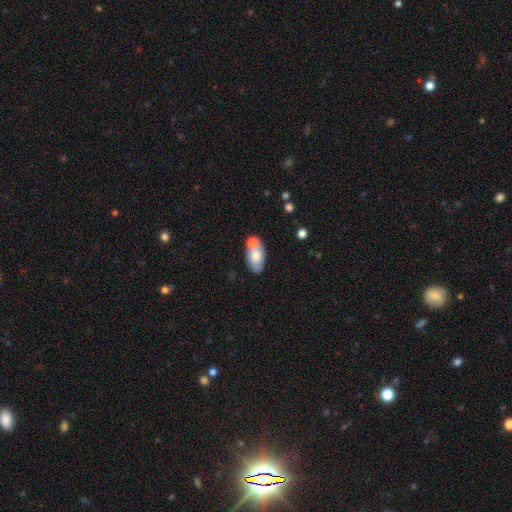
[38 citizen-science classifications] smooth 76%, featured or disk 21%, star or artifact 3%. Down the decision tree: how rounded — in between (100%); merging — none (54%).